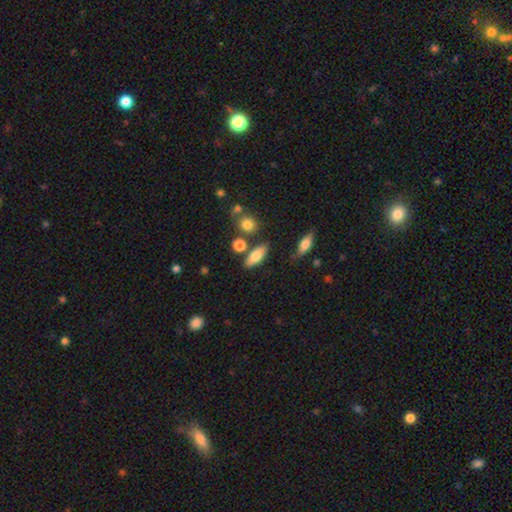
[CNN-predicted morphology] Smooth or featured? smooth (72%)
How rounded? in between (68%)
Merging? none (74%)